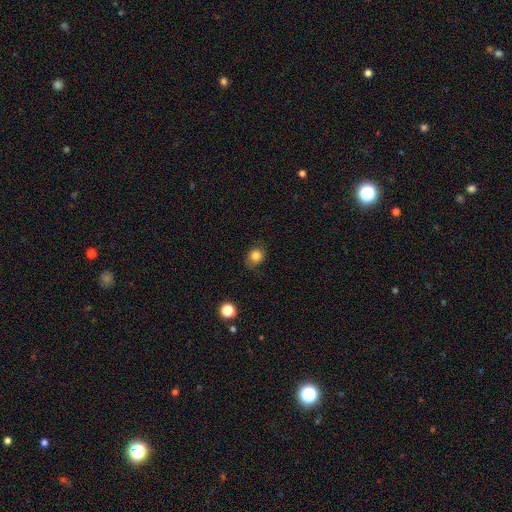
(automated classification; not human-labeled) Smooth or featured? Predicted: smooth (p=0.82). How rounded? Predicted: round (p=0.68). Merging? Predicted: none (p=0.77).